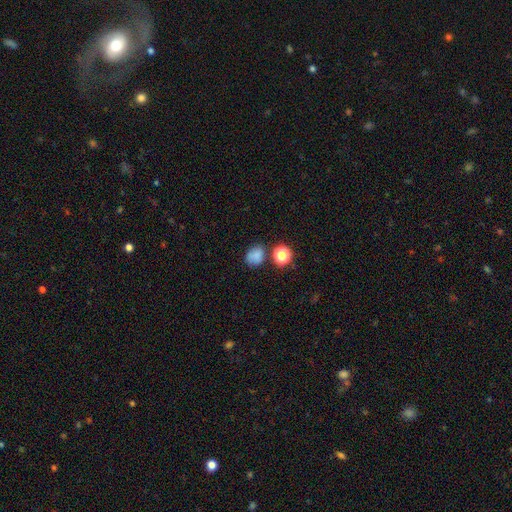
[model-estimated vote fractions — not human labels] A smooth galaxy with no disk features (78%) that is round (53%). Merging: none (65%).